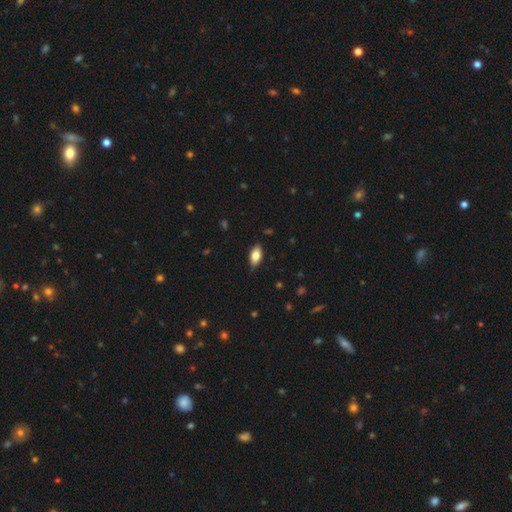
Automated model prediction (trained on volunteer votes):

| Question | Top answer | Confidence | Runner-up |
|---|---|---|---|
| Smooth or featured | smooth | 79% | featured or disk (14%) |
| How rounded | in between | 90% | cigar-shaped (6%) |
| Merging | none | 81% | minor disturbance (15%) |